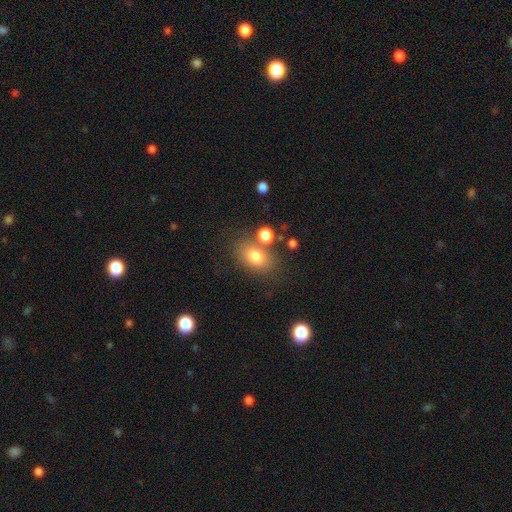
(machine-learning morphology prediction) smooth-or-featured: smooth: 77% | featured or disk: 12% | star or artifact: 11%
  how-rounded: in between: 73% | round: 25% | cigar-shaped: 2%
  merging: none: 67% | minor disturbance: 14% | merger: 14% | major disturbance: 6%